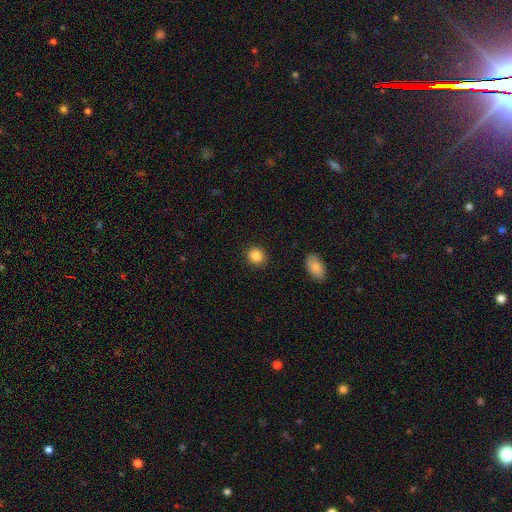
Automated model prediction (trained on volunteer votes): Morphology: type=smooth (87%); roundness=round (69%); merging=none (89%).